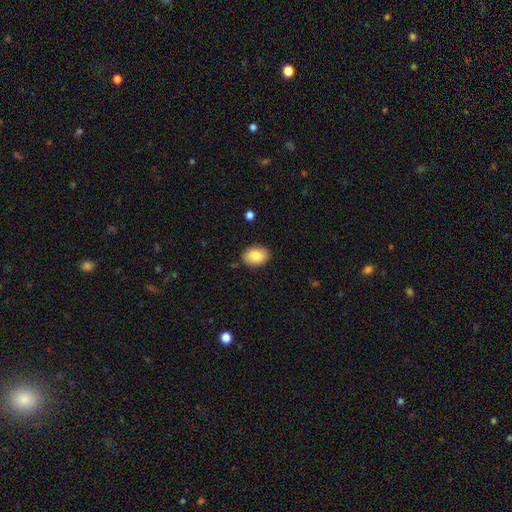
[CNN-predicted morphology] The model was most divided on "how rounded": in between: 77%, round: 22%, cigar-shaped: 1%. More confident: merging — none (87%); smooth or featured — smooth (84%).